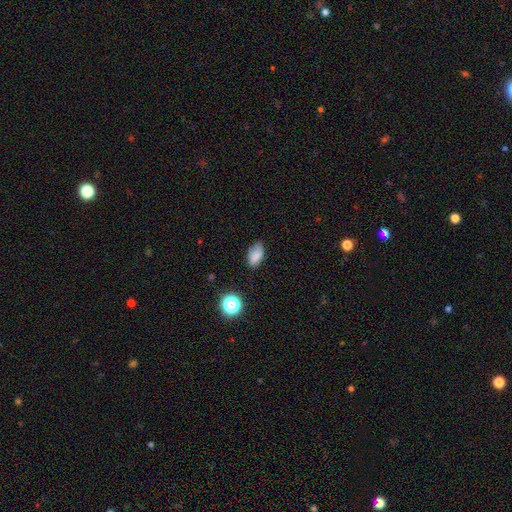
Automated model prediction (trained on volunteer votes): Smooth or featured?
  - smooth: 81% *
  - star or artifact: 11%
  - featured or disk: 8%
How rounded?
  - in between: 90% *
  - round: 7%
  - cigar-shaped: 3%
Merging?
  - none: 73% *
  - minor disturbance: 21%
  - major disturbance: 4%
  - merger: 2%